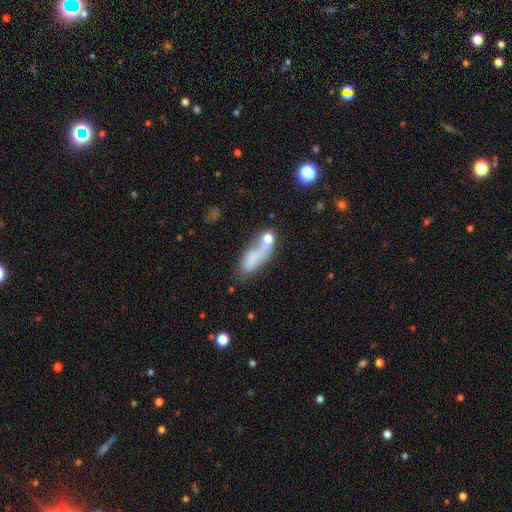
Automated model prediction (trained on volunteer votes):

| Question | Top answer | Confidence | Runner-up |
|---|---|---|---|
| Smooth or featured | smooth | 57% | featured or disk (31%) |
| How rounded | in between | 61% | cigar-shaped (34%) |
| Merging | none | 32% | merger (26%) |